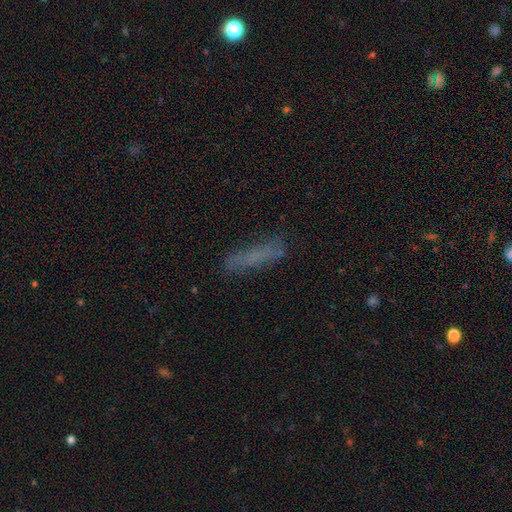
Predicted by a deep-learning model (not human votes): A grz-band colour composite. It shows a smooth galaxy with no disk features (61%) that is cigar-shaped (78%). Merging: none (74%).